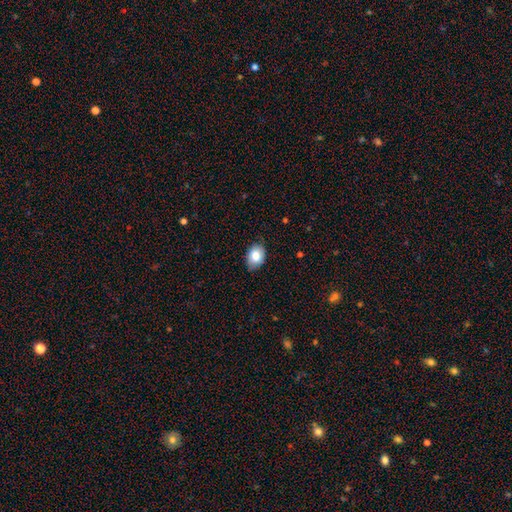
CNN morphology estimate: A smooth galaxy with no disk features (82%) that is in between round and cigar-shaped (76%). Merging: none (81%).